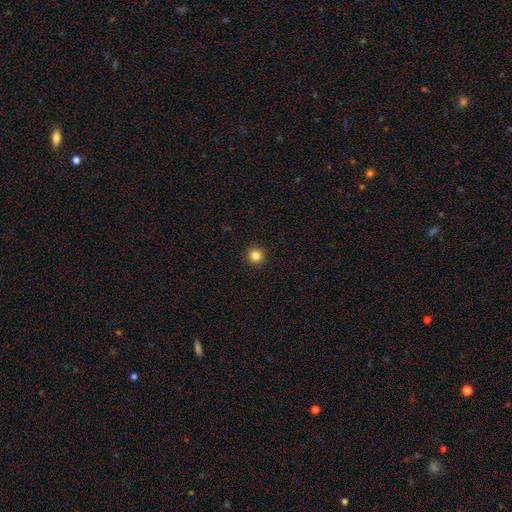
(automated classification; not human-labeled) Smooth or featured?
  - smooth: 84% *
  - star or artifact: 12%
  - featured or disk: 4%
How rounded?
  - round: 96% *
  - in between: 3%
  - cigar-shaped: 1%
Merging?
  - none: 94% *
  - minor disturbance: 4%
  - major disturbance: 1%
  - merger: 1%